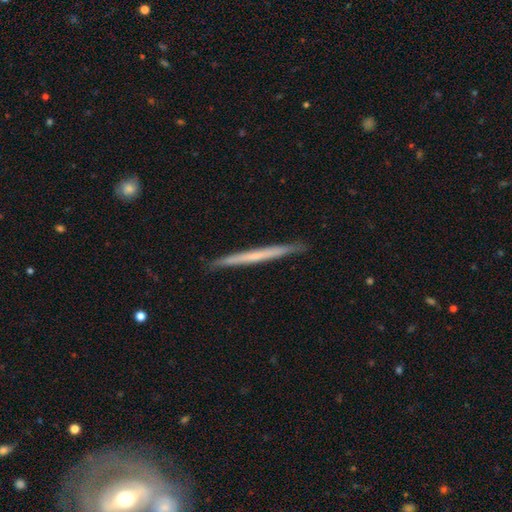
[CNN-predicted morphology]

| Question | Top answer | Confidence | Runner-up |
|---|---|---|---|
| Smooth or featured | featured or disk | 51% | smooth (44%) |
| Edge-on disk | yes | 97% | no (3%) |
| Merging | none | 91% | minor disturbance (7%) |